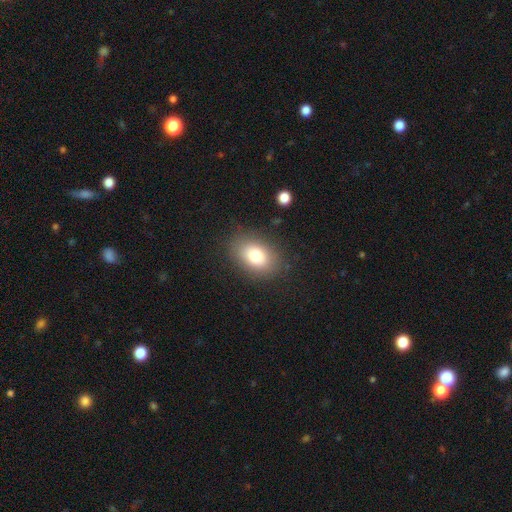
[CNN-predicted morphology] Smooth or featured: smooth — 78% (featured or disk — 12%)
How rounded: in between — 78% (round — 21%)
Merging: none — 84% (minor disturbance — 10%)